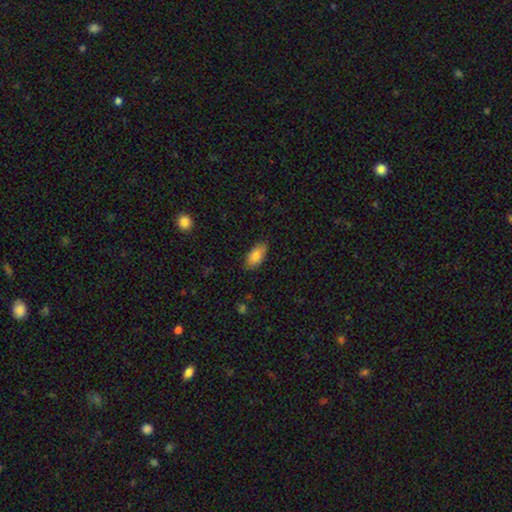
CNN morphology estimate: Overall: smooth (81%). How rounded: in between (91%). Merging: none (83%).